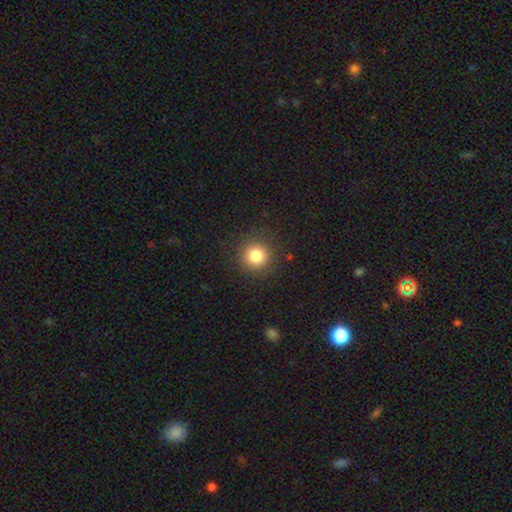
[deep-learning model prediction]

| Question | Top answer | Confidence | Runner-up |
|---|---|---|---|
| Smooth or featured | smooth | 82% | star or artifact (12%) |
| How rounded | round | 94% | in between (5%) |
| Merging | none | 89% | minor disturbance (7%) |